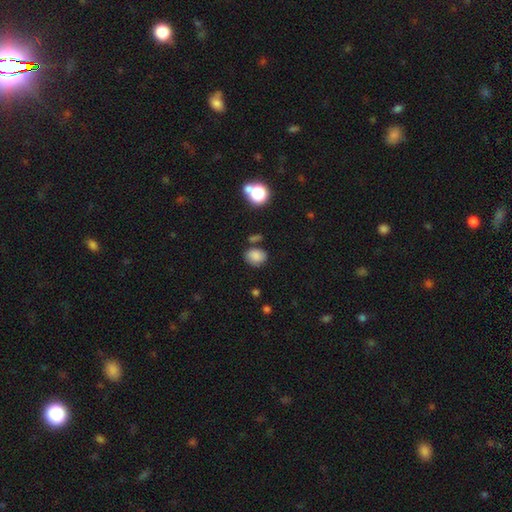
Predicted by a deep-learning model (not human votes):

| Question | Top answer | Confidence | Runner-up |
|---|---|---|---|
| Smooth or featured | smooth | 81% | star or artifact (12%) |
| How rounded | in between | 58% | round (41%) |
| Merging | none | 68% | minor disturbance (18%) |